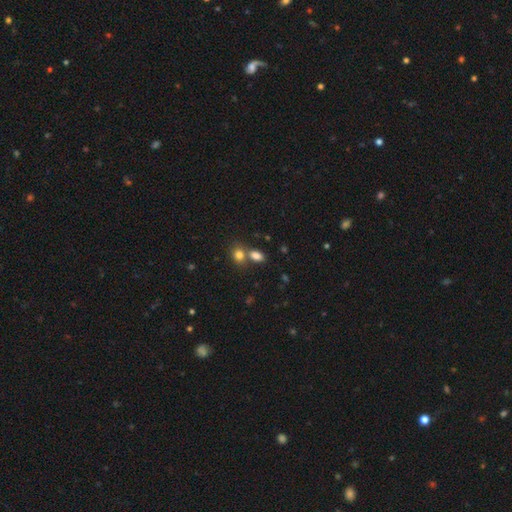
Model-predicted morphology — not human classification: Q: Smooth or featured?
A: smooth (82%); runner-up: star or artifact (11%)
Q: How rounded?
A: in between (78%); runner-up: round (20%)
Q: Merging?
A: none (47%); runner-up: merger (40%)